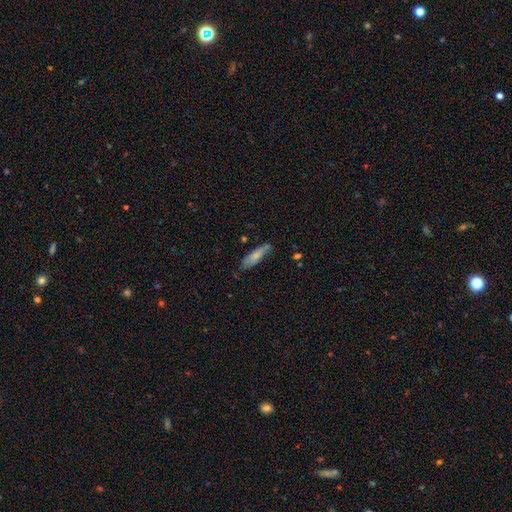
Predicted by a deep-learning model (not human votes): Smooth or featured: smooth — 73% (featured or disk — 21%)
How rounded: cigar-shaped — 63% (in between — 36%)
Merging: none — 66% (minor disturbance — 25%)